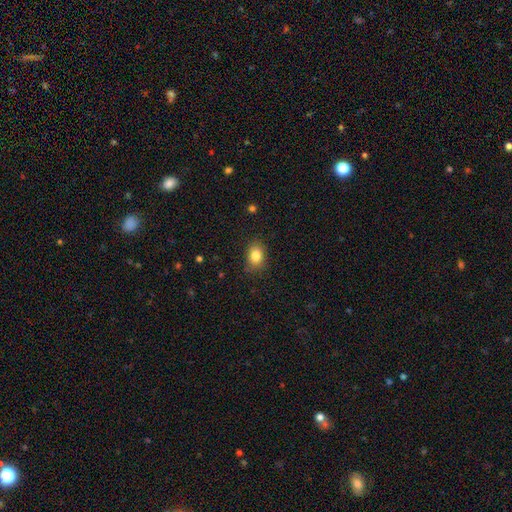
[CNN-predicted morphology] This is clearly a smooth galaxy (84%). How rounded: likely in between (70%). Merging: clearly none (83%).